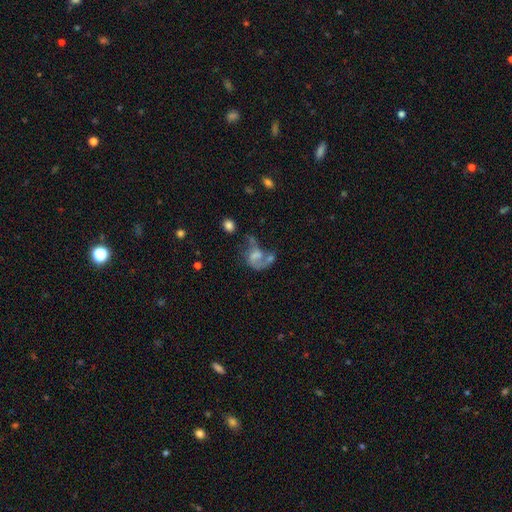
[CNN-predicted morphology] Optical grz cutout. It shows a featured or disk galaxy (53%) with no bar (65%), spiral arms (58%) and no central bulge (40%). Merging: major disturbance (35%).